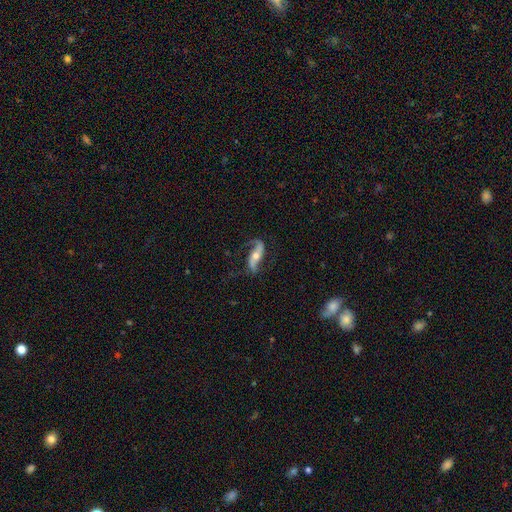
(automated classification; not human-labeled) A featured or disk galaxy (83%) with no bar (43%), 2 (90%) loose (74%) spiral arms (94%) and a moderate central bulge (59%). Merging: none (72%).